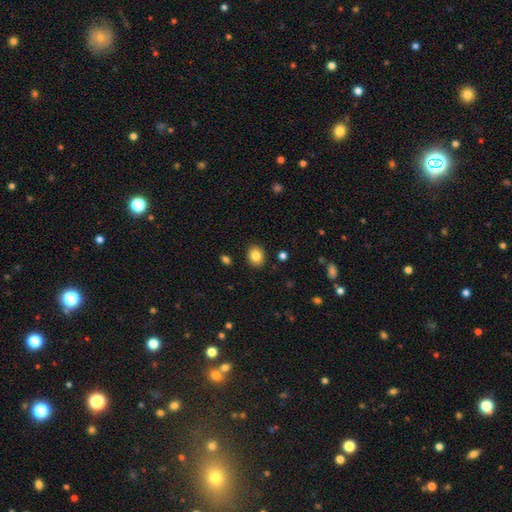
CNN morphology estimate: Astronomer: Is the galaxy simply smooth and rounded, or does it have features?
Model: smooth — 84%.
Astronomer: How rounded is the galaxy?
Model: round — 55% (runner-up: in between, 44%).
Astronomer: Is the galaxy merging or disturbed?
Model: none — 89%.